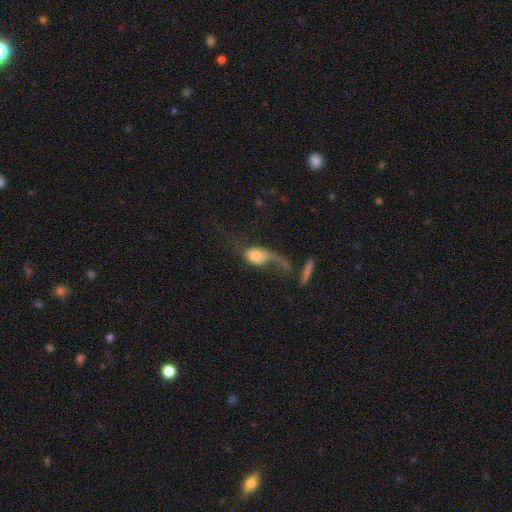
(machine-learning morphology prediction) This appears to be a smooth galaxy with no disk features (56%) that is in between round and cigar-shaped (70%). Merging: major disturbance (58%).